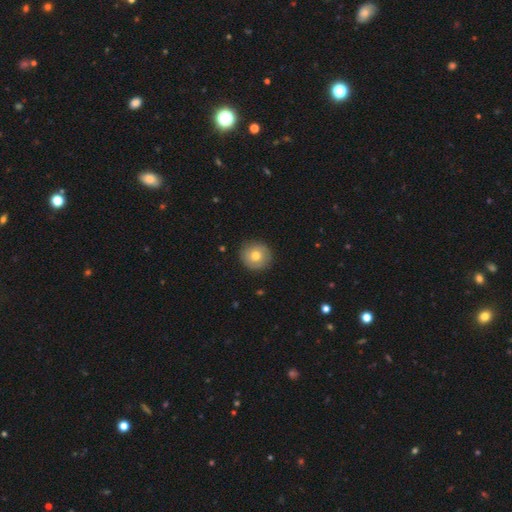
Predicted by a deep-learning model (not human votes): smooth_or_featured: smooth (p=0.73) [alt: featured or disk p=0.19]
how_rounded: round (p=0.93) [alt: in between p=0.06]
merging: none (p=0.88) [alt: minor disturbance p=0.09]